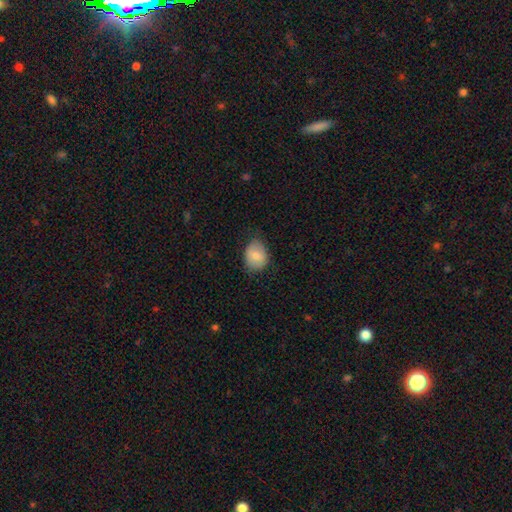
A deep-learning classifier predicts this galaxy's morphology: A smooth galaxy with no disk features (79%) that is in between round and cigar-shaped (59%).

Vote fractions:
- Smooth or featured? smooth: 79% / featured or disk: 14% / star or artifact: 7%
- How rounded? in between: 59% / round: 40% / cigar-shaped: 1%
- Merging? none: 74% / minor disturbance: 21% / major disturbance: 4% / merger: 1%